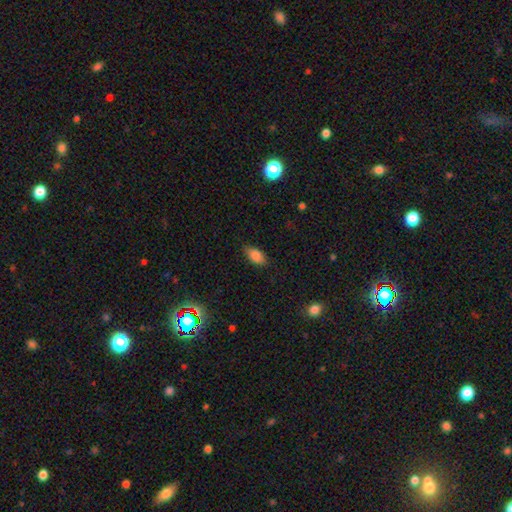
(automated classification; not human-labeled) A smooth galaxy with no disk features (84%) that is in between round and cigar-shaped (89%). Merging: none (81%).